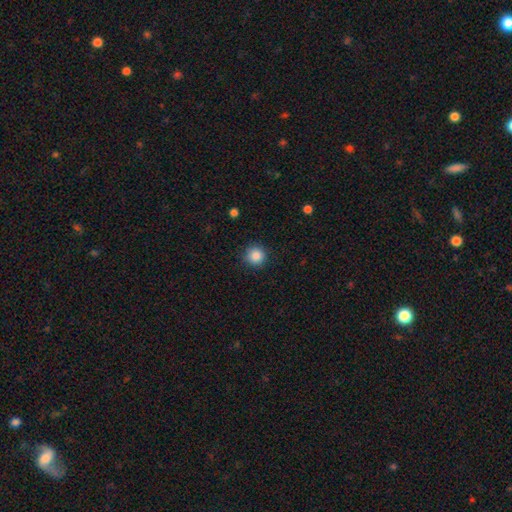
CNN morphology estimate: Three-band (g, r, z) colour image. It shows a smooth galaxy with no disk features (87%) that is round (94%). Merging: none (89%).